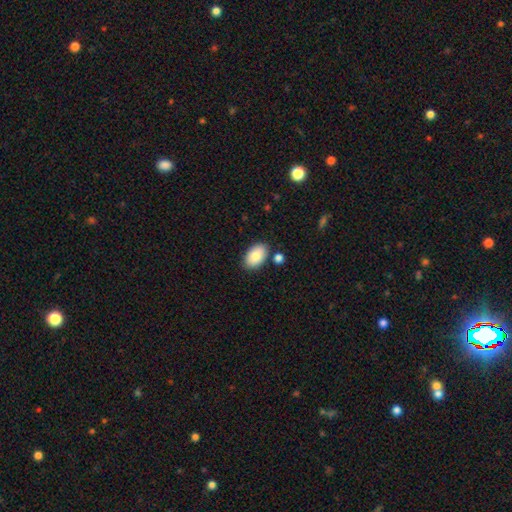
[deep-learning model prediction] Overall: smooth (85%). How rounded: in between (93%). Merging: none (82%).